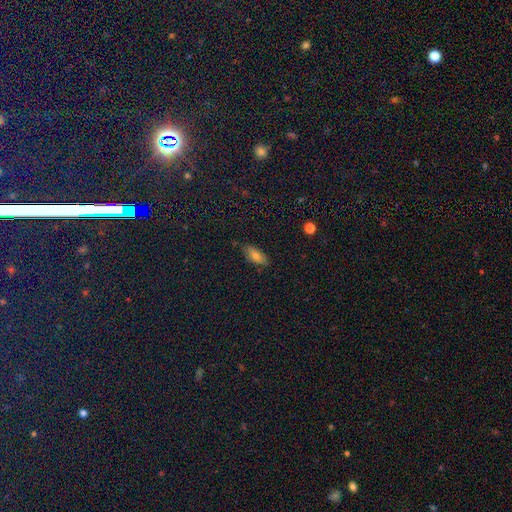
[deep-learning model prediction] This appears to be a smooth galaxy with no disk features (71%) that is in between round and cigar-shaped (85%). Merging: none (84%).